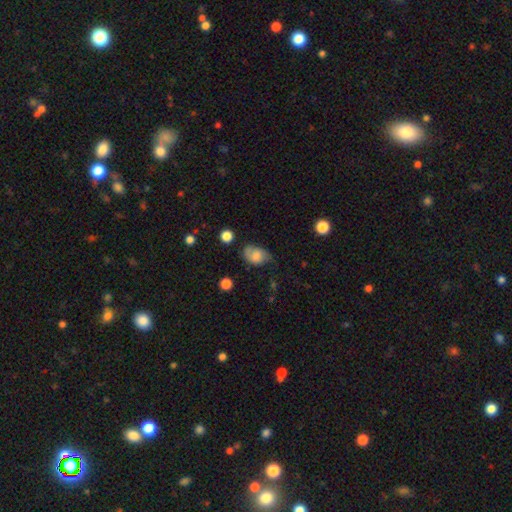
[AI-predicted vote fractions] A smooth galaxy with no disk features (69%) that is in between round and cigar-shaped (81%). Merging: none (49%).